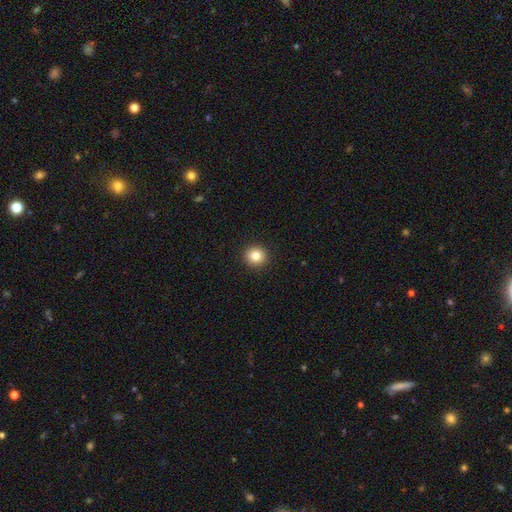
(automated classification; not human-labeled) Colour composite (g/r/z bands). It shows a smooth galaxy with no disk features (83%) that is round (93%). Merging: none (93%).